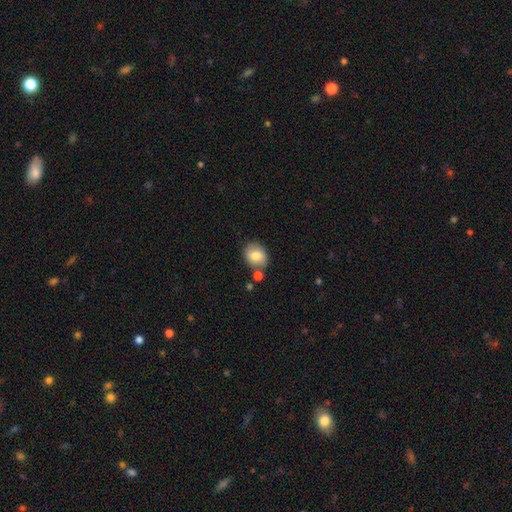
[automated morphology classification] smooth 80%, featured or disk 11%, star or artifact 8%. Down the decision tree: how rounded — round (55%); merging — none (74%).